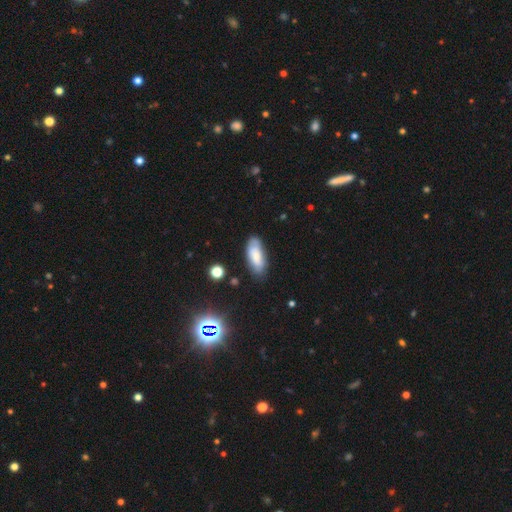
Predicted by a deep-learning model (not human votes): This is likely a smooth galaxy (71%). How rounded: clearly in between (82%). Merging: likely none (76%).